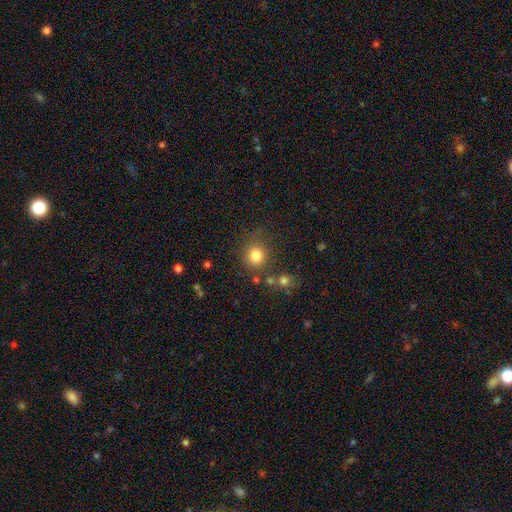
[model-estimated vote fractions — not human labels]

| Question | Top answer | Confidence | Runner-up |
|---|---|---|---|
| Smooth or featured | smooth | 81% | star or artifact (13%) |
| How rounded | round | 88% | in between (11%) |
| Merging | none | 77% | minor disturbance (11%) |